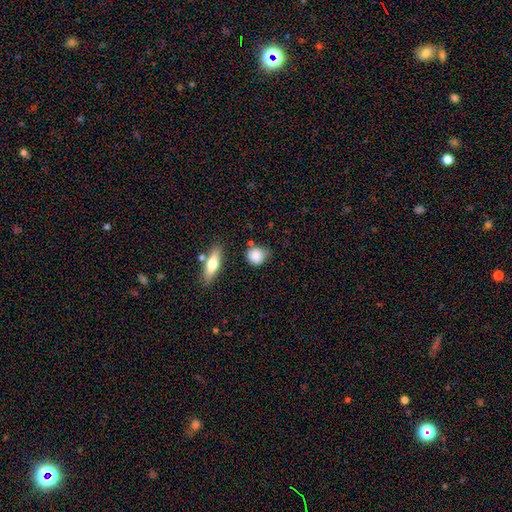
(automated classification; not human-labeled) smooth-or-featured: smooth: 84% | featured or disk: 8% | star or artifact: 8%
  how-rounded: round: 77% | in between: 20% | cigar-shaped: 3%
  merging: none: 67% | minor disturbance: 21% | merger: 7% | major disturbance: 5%